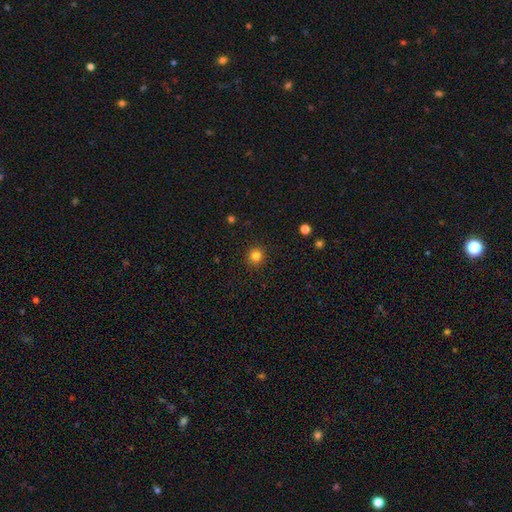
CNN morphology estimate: Smooth or featured? smooth (83%)
How rounded? round (94%)
Merging? none (92%)